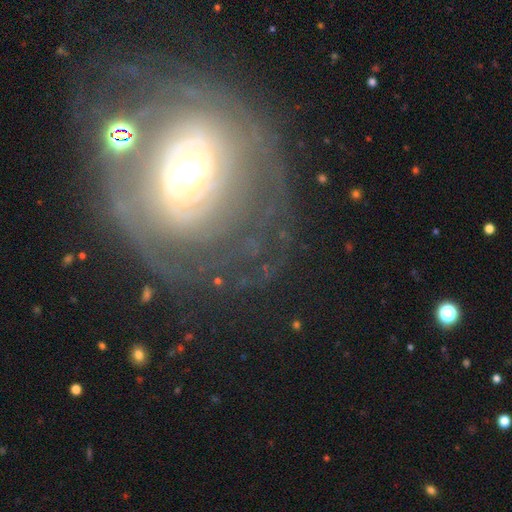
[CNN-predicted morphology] This is likely a featured or disk galaxy (77%). It is clearly not viewed edge-on (95%). Bar: marginally weak (40%). Spiral arm pattern: likely yes (71%). Spiral arm count: possibly can't tell (46%). Spiral winding: likely tight (65%). Central bulge: possibly moderate (54%). Merging: likely none (62%).